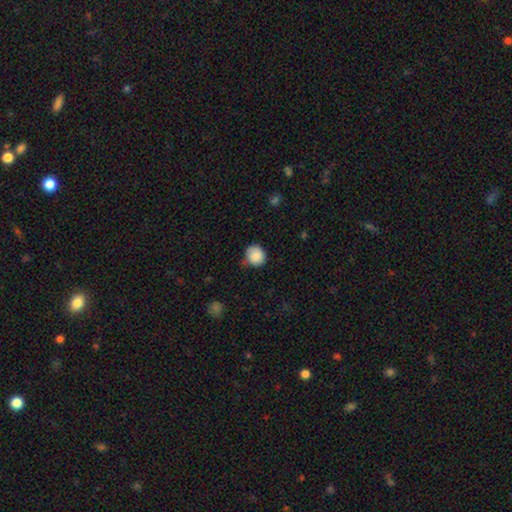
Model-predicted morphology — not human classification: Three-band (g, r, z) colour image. It shows a smooth galaxy with no disk features (87%) that is round (85%). Merging: none (67%).